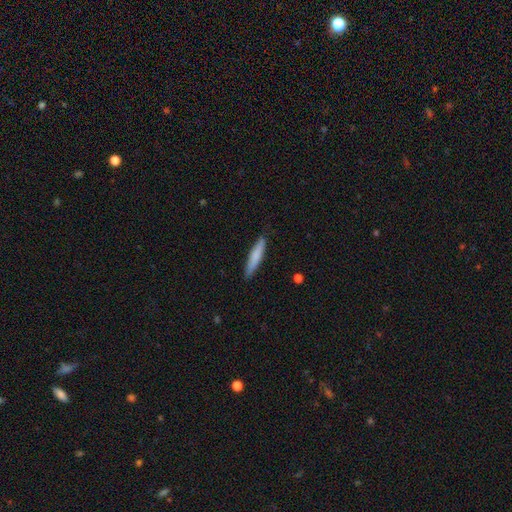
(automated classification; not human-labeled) A smooth galaxy with no disk features (76%) that is cigar-shaped (91%). Merging: none (88%).